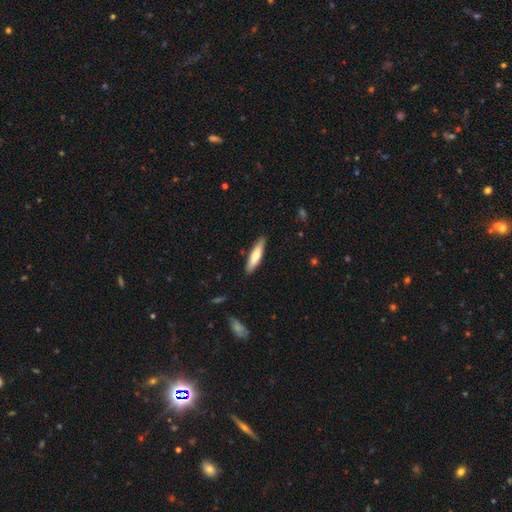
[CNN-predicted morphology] The model was most divided on "smooth or featured": smooth: 69%, featured or disk: 25%, star or artifact: 5%. More confident: merging — none (87%); how rounded — cigar-shaped (78%).